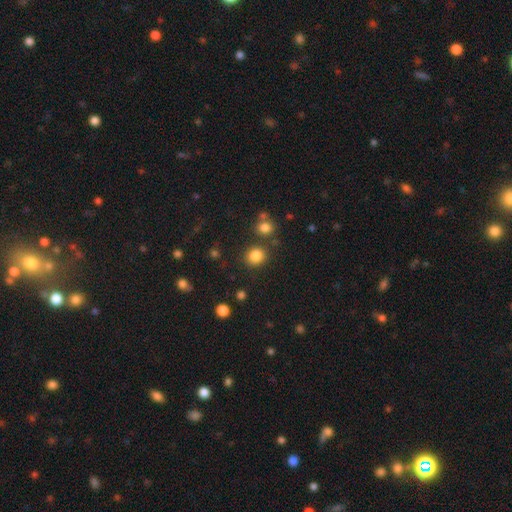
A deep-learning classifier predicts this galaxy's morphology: smooth-or-featured: smooth: 83% | star or artifact: 12% | featured or disk: 5%
  how-rounded: round: 79% | in between: 20% | cigar-shaped: 1%
  merging: none: 81% | minor disturbance: 9% | merger: 7% | major disturbance: 3%